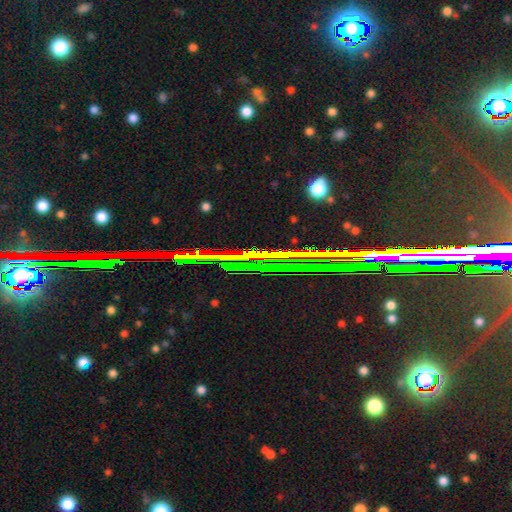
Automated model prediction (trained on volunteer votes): Morphology: type=star or artifact (80%).